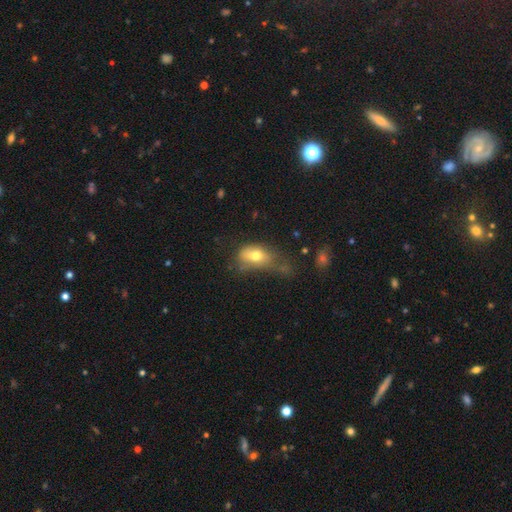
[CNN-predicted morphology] A smooth galaxy with no disk features (71%) that is in between round and cigar-shaped (84%).

Vote fractions:
- Smooth or featured? smooth: 71% / featured or disk: 19% / star or artifact: 10%
- How rounded? in between: 84% / round: 12% / cigar-shaped: 4%
- Merging? major disturbance: 33% / minor disturbance: 31% / none: 29% / merger: 7%